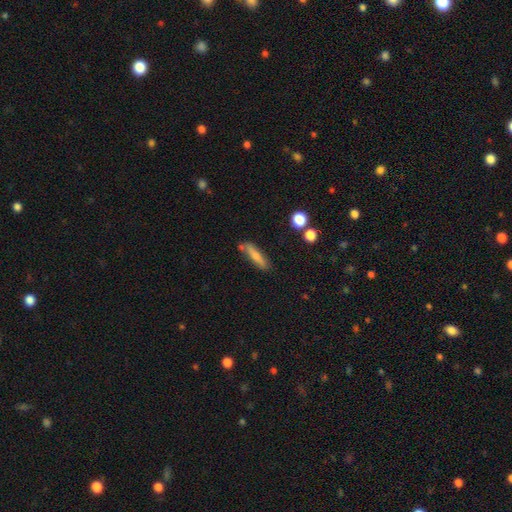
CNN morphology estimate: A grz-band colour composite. It shows a smooth galaxy with no disk features (67%) that is cigar-shaped (81%). Merging: none (75%).